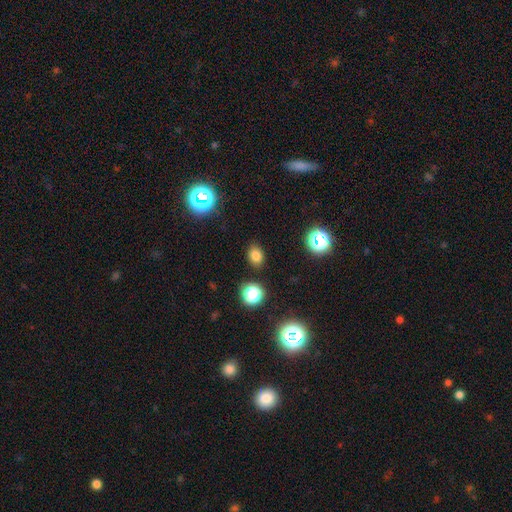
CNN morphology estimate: Overall: smooth (77%). How rounded: in between (64%; round 35%). Merging: none (85%).